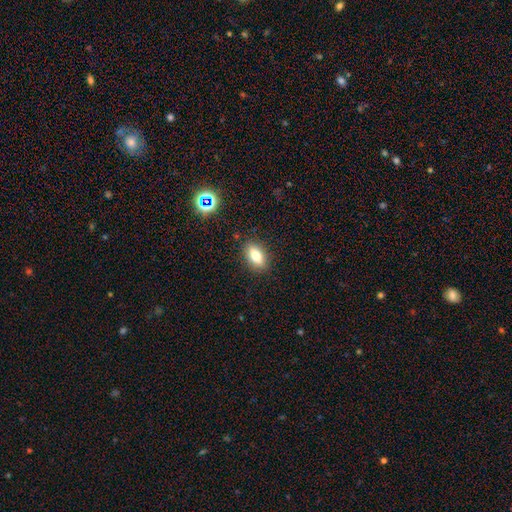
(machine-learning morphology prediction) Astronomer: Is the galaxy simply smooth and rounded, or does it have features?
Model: smooth — 71%.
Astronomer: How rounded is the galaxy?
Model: in between — 80%.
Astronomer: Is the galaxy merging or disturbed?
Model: none — 86%.